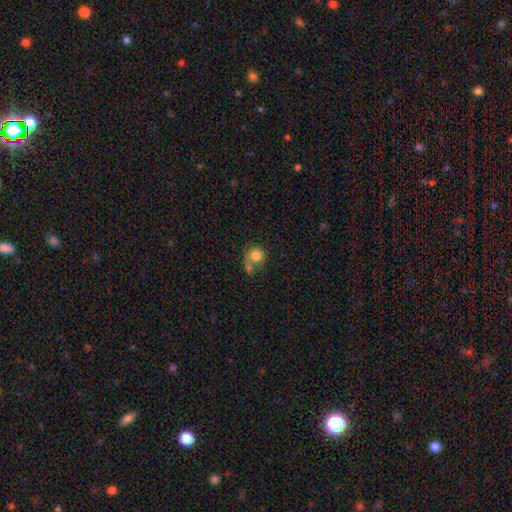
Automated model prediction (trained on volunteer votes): Overall: smooth (78%). How rounded: round (85%). Merging: none (42%; merger 35%).